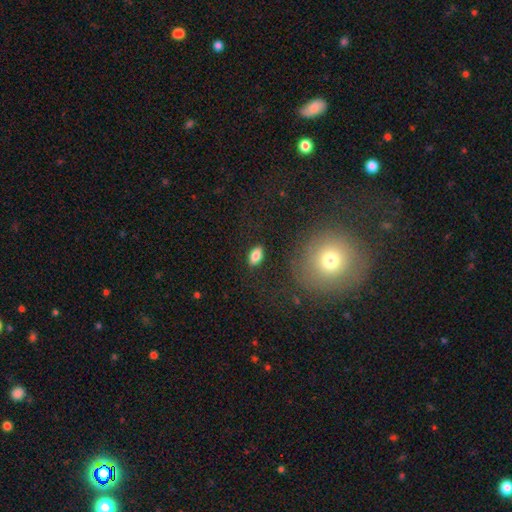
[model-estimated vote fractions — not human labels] Smooth or featured? Predicted: smooth (p=0.83). How rounded? Predicted: in between (p=0.90). Merging? Predicted: none (p=0.87).